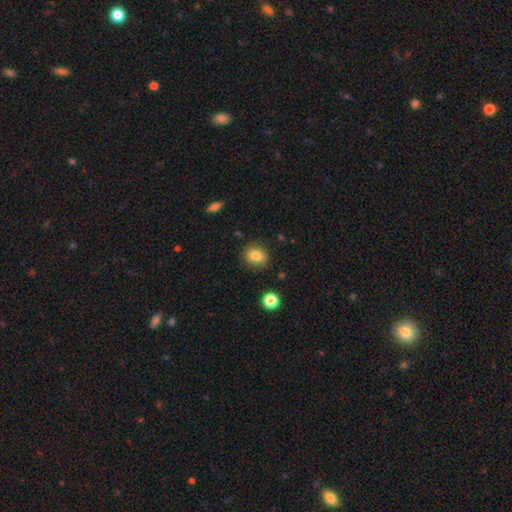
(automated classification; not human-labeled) Morphology: type=smooth (83%); roundness=round (52%); merging=none (84%).